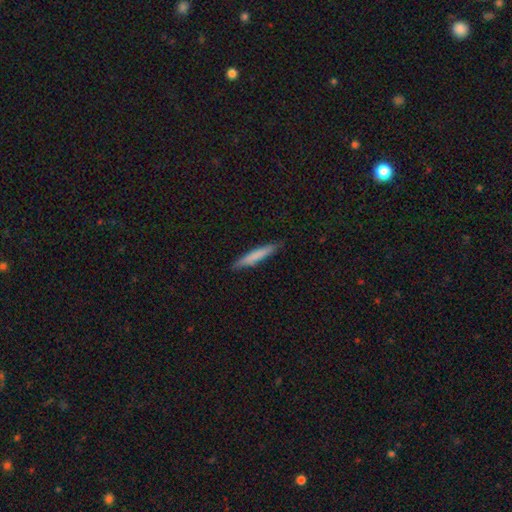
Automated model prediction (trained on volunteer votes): A smooth galaxy with no disk features (72%) that is cigar-shaped (94%).

Vote fractions:
- Smooth or featured? smooth: 72% / featured or disk: 23% / star or artifact: 6%
- How rounded? cigar-shaped: 94% / in between: 5% / round: 1%
- Merging? none: 87% / minor disturbance: 10% / major disturbance: 2% / merger: 1%